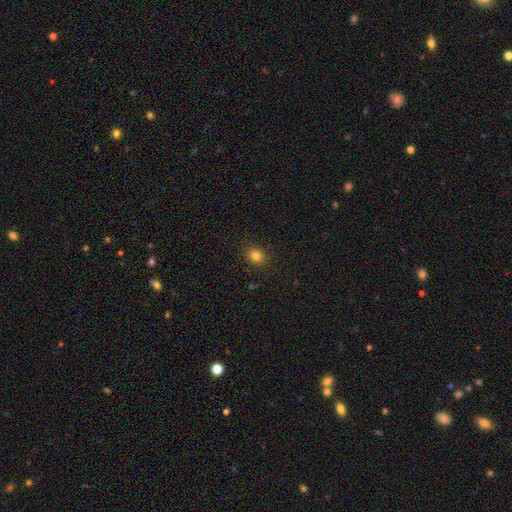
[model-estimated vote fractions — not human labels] Smooth or featured? smooth (83%)
How rounded? round (51%)
Merging? none (88%)